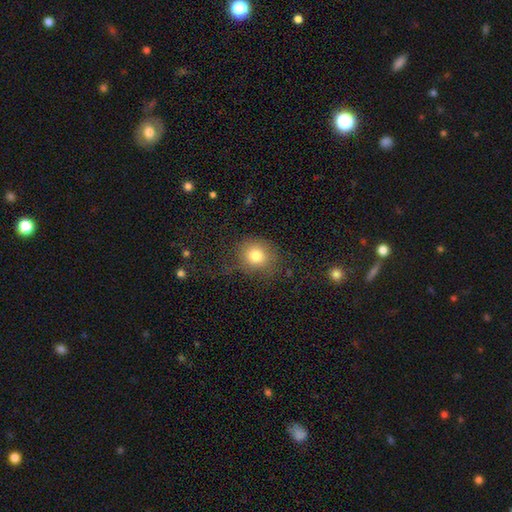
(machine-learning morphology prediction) Smooth or featured? Predicted: smooth (p=0.79). How rounded? Predicted: round (p=0.81). Merging? Predicted: none (p=0.68).